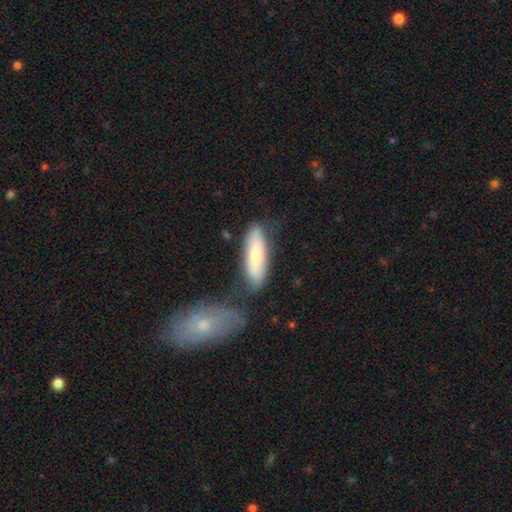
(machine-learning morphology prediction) This appears to be a smooth galaxy with no disk features (67%) that is cigar-shaped (54%). Merging: none (66%).